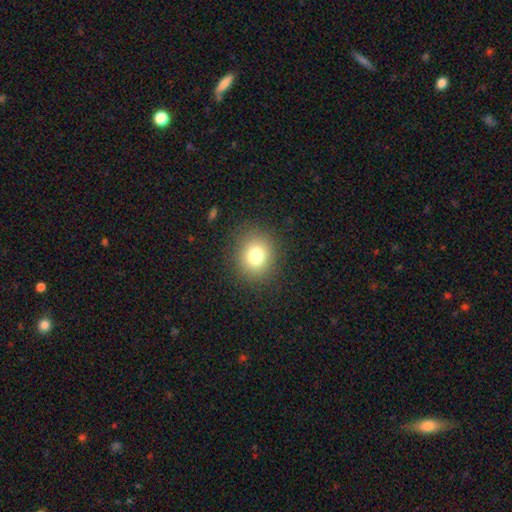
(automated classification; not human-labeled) Smooth or featured: smooth — 77% (star or artifact — 13%)
How rounded: round — 78% (in between — 22%)
Merging: none — 87% (minor disturbance — 8%)